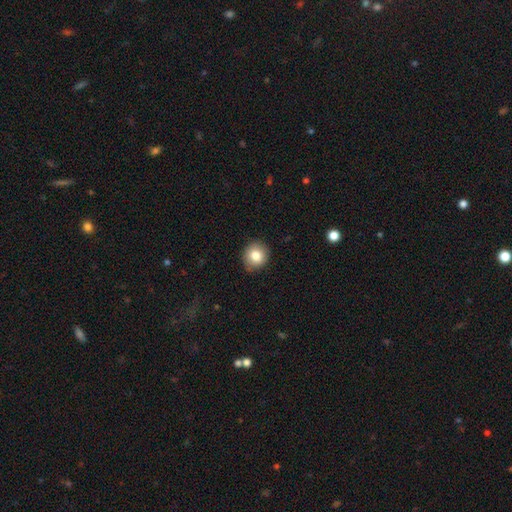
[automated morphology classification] smooth_or_featured: smooth (p=0.82) [alt: star or artifact p=0.09]
how_rounded: round (p=0.86) [alt: in between p=0.14]
merging: none (p=0.87) [alt: minor disturbance p=0.10]